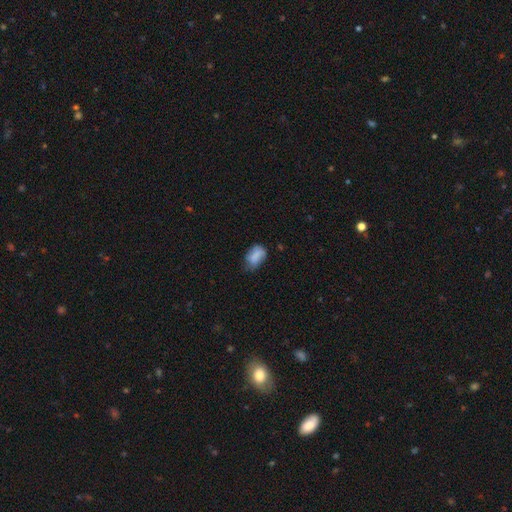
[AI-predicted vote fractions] This is likely a smooth galaxy (79%). How rounded: clearly in between (86%). Merging: marginally none (44%).